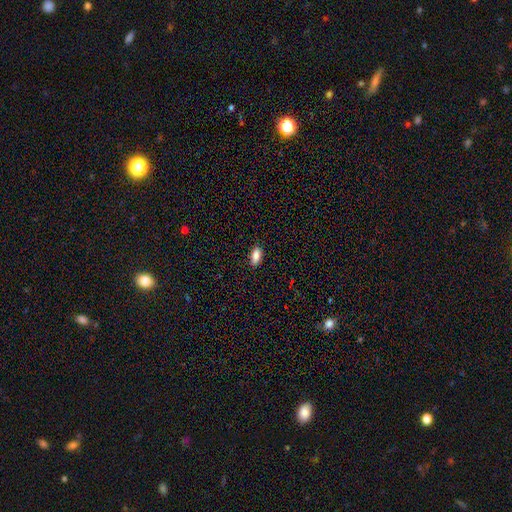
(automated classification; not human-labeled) smooth-or-featured: smooth: 86% | star or artifact: 8% | featured or disk: 6%
  how-rounded: in between: 87% | cigar-shaped: 10% | round: 3%
  merging: none: 88% | minor disturbance: 9% | major disturbance: 2% | merger: 1%